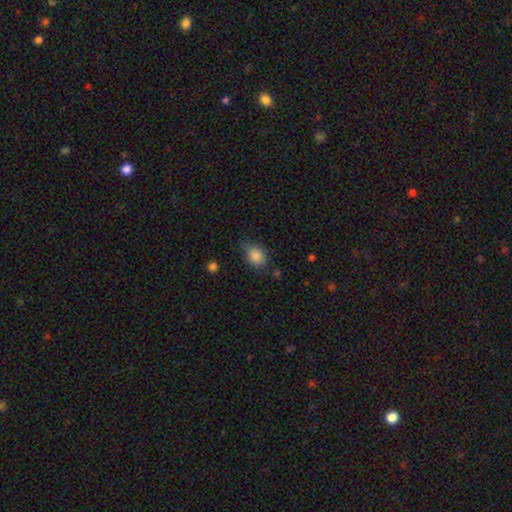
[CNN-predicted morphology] smooth 86%, star or artifact 9%, featured or disk 5%. Down the decision tree: how rounded — in between (64%); merging — none (67%).